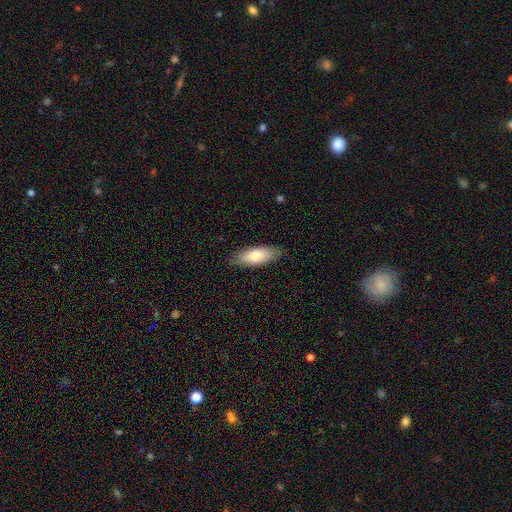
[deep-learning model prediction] This is likely a smooth galaxy (75%). How rounded: likely in between (75%). Merging: clearly none (86%).